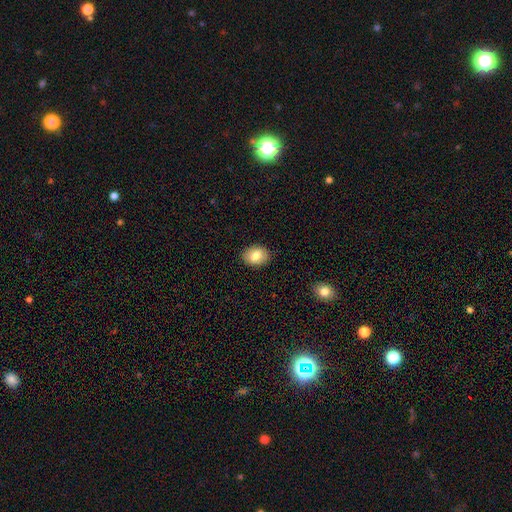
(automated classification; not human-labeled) A smooth galaxy with no disk features (82%) that is in between round and cigar-shaped (66%).

Vote fractions:
- Smooth or featured? smooth: 82% / featured or disk: 10% / star or artifact: 8%
- How rounded? in between: 66% / round: 34% / cigar-shaped: 1%
- Merging? none: 89% / minor disturbance: 8% / major disturbance: 2% / merger: 1%